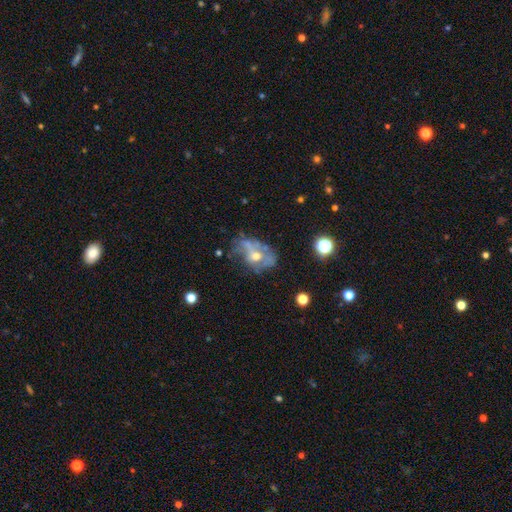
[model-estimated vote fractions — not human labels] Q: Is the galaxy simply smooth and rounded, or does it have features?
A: featured or disk — 57%.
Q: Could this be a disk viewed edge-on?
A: no — 95%.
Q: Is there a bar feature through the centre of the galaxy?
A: no — 79%.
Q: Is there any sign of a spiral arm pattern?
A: no — 69%.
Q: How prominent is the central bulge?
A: moderate — 56%.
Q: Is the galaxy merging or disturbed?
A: major disturbance — 33%.